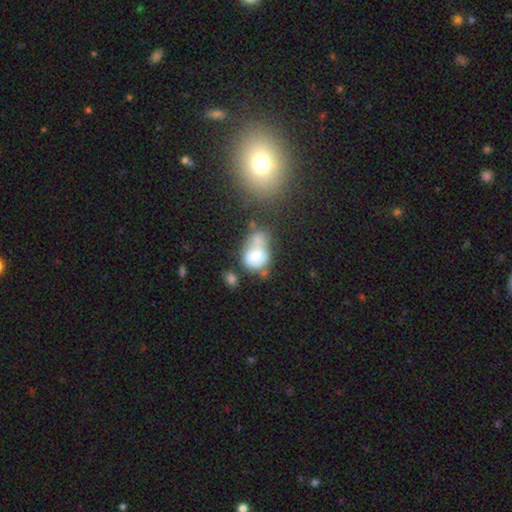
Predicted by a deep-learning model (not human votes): Smooth or featured? smooth (65%)
How rounded? in between (66%)
Merging? merger (53%)